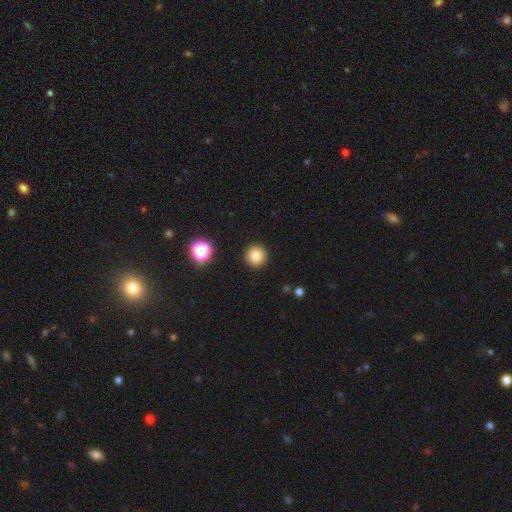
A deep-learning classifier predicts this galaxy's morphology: A smooth galaxy with no disk features (81%) that is round (95%). Merging: none (92%).